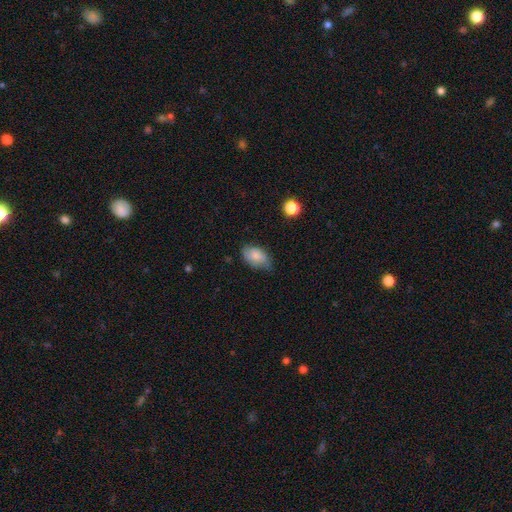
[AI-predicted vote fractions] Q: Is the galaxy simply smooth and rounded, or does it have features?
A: smooth — 79%.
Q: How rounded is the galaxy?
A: in between — 91%.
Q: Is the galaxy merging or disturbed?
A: none — 60%.